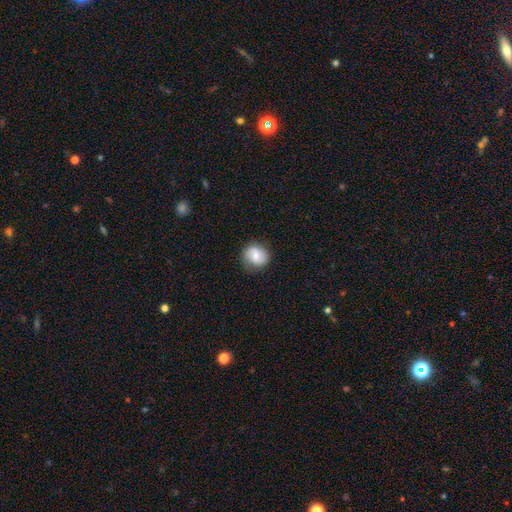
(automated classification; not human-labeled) smooth-or-featured: smooth: 63% | featured or disk: 29% | star or artifact: 8%
  how-rounded: round: 79% | in between: 20% | cigar-shaped: 1%
  merging: none: 80% | minor disturbance: 15% | major disturbance: 4% | merger: 1%